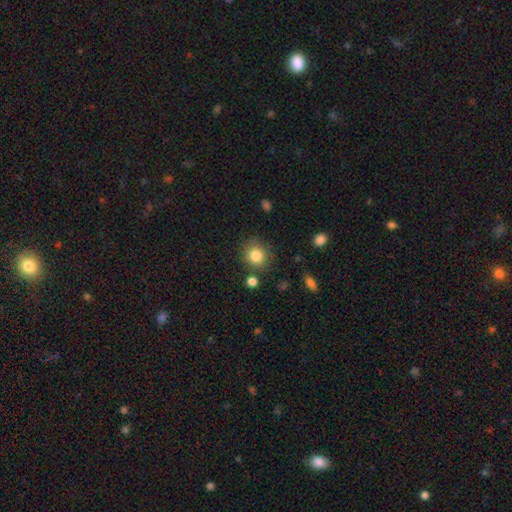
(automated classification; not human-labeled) smooth_or_featured: smooth (p=0.83) [alt: star or artifact p=0.10]
how_rounded: round (p=0.87) [alt: in between p=0.12]
merging: none (p=0.81) [alt: minor disturbance p=0.10]